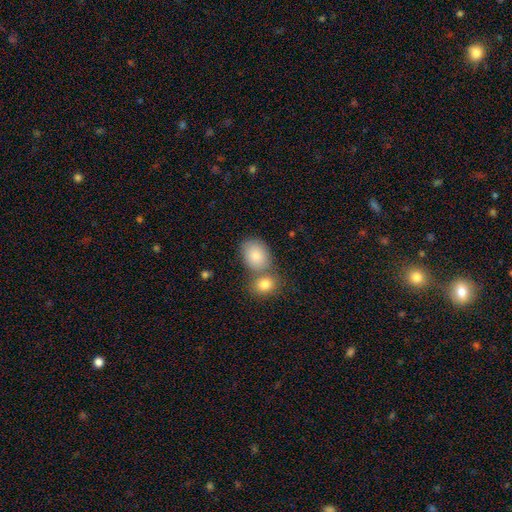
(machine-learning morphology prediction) Smooth or featured: smooth — 85% (featured or disk — 8%)
How rounded: in between — 68% (round — 31%)
Merging: none — 49% (merger — 36%)